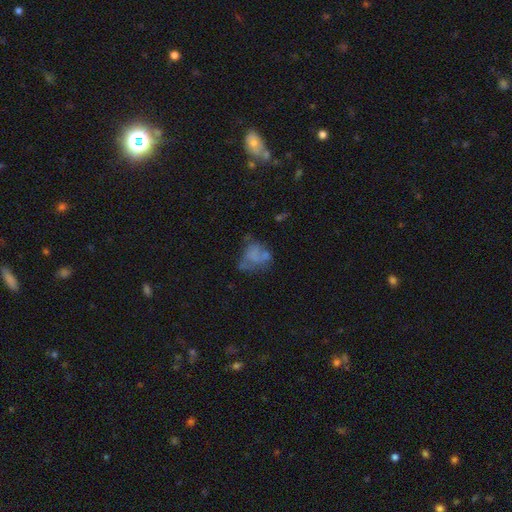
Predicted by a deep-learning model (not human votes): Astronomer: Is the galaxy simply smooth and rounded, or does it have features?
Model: smooth — 49% (runner-up: featured or disk, 37%).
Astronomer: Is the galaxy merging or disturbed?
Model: none — 32% (runner-up: major disturbance, 30%).